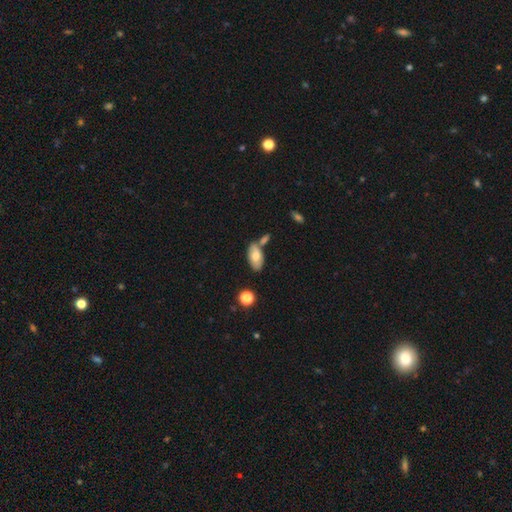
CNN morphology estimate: This appears to be a smooth galaxy with no disk features (67%) that is in between round and cigar-shaped (93%). Merging: none (58%).